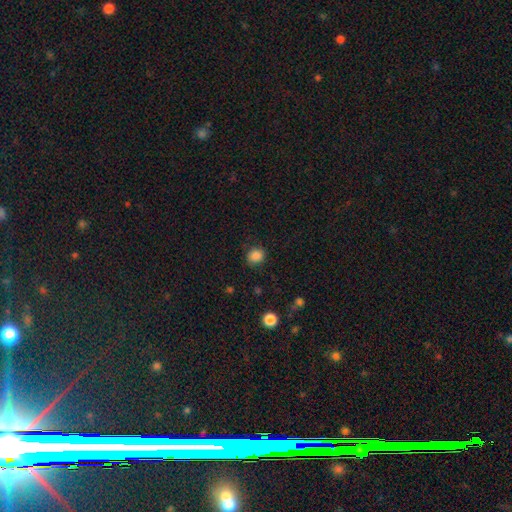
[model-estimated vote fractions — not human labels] This appears to be a smooth galaxy with no disk features (85%) that is round (74%). Merging: none (81%).